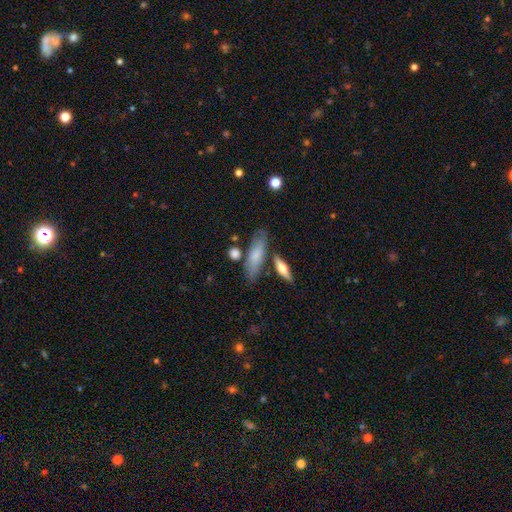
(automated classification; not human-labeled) Smooth or featured? smooth (72%)
How rounded? in between (52%)
Merging? none (68%)